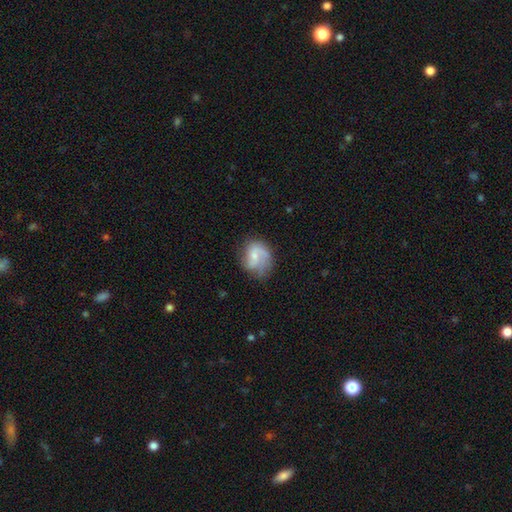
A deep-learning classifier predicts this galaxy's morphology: Overall: featured or disk (64%; smooth 29%). Edge-on disk: no (98%). Bar: no (53%; weak 40%). Spiral arms: yes (89%). Spiral arm count: 2 (58%; 1 19%). Spiral winding: medium (43%; loose 37%). Bulge size: small (54%; moderate 32%). Merging: none (55%; minor disturbance 26%).